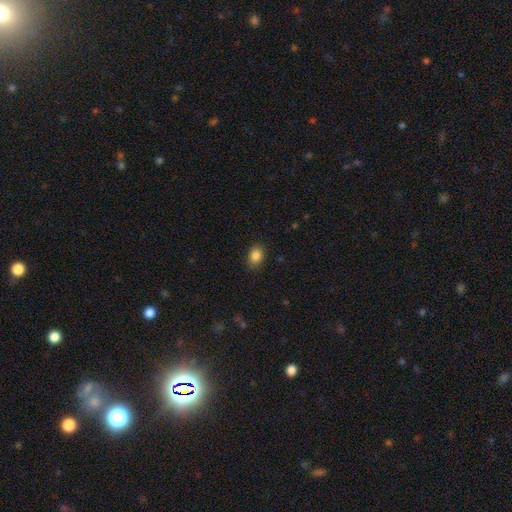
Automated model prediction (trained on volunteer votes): smooth-or-featured: smooth: 85% | star or artifact: 10% | featured or disk: 5%
  how-rounded: in between: 66% | round: 33% | cigar-shaped: 1%
  merging: none: 86% | minor disturbance: 11% | major disturbance: 3% | merger: 1%